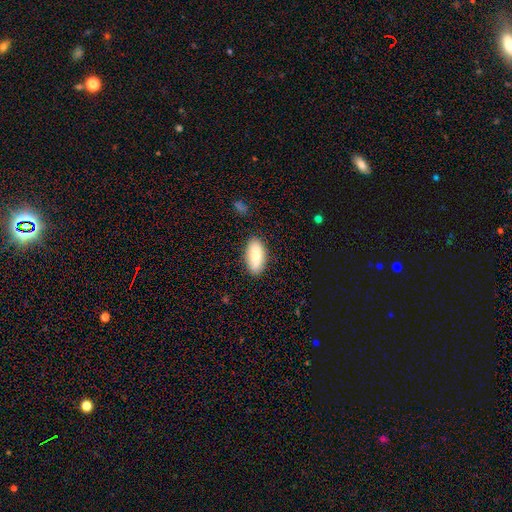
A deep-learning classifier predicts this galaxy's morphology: Smooth or featured?
  - smooth: 79% *
  - featured or disk: 15%
  - star or artifact: 6%
How rounded?
  - in between: 89% *
  - cigar-shaped: 9%
  - round: 2%
Merging?
  - none: 87% *
  - minor disturbance: 9%
  - major disturbance: 2%
  - merger: 1%